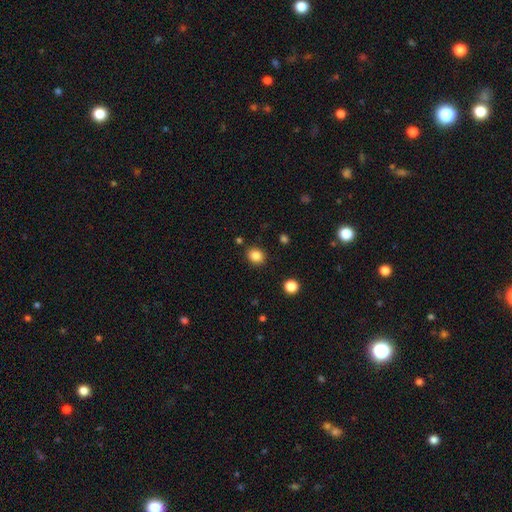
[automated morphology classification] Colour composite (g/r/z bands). It shows a smooth galaxy with no disk features (85%) that is round (64%). Merging: none (87%).